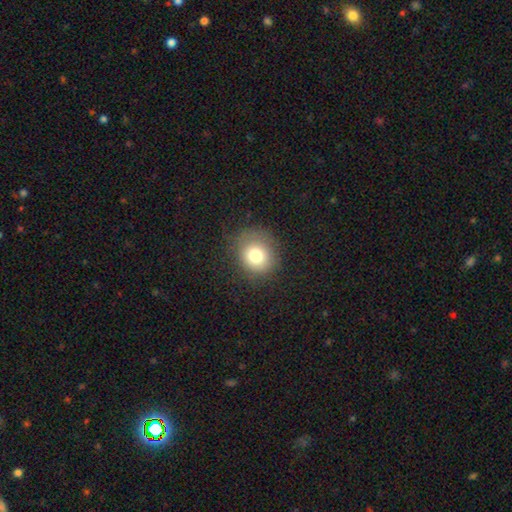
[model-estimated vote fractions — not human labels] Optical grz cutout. It shows a smooth galaxy with no disk features (77%) that is round (84%). Merging: none (78%).